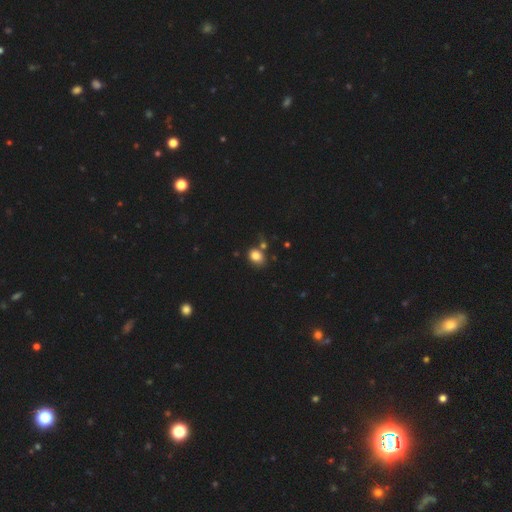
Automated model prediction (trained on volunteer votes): The model was most divided on "how rounded": in between: 54%, round: 45%, cigar-shaped: 1%. More confident: smooth or featured — smooth (82%); merging — none (68%).